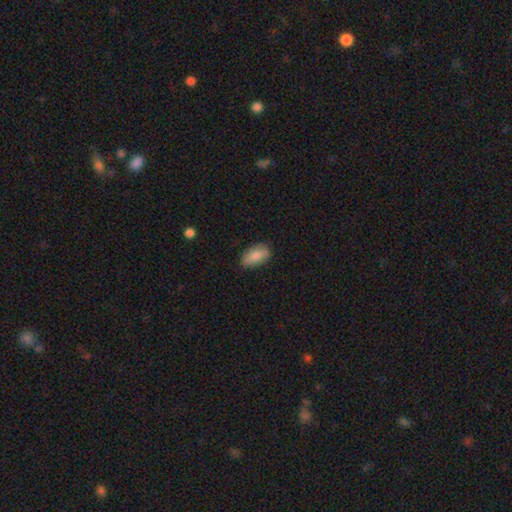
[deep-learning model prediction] Smooth or featured: smooth — 83% (featured or disk — 11%)
How rounded: in between — 92% (cigar-shaped — 4%)
Merging: none — 81% (minor disturbance — 15%)